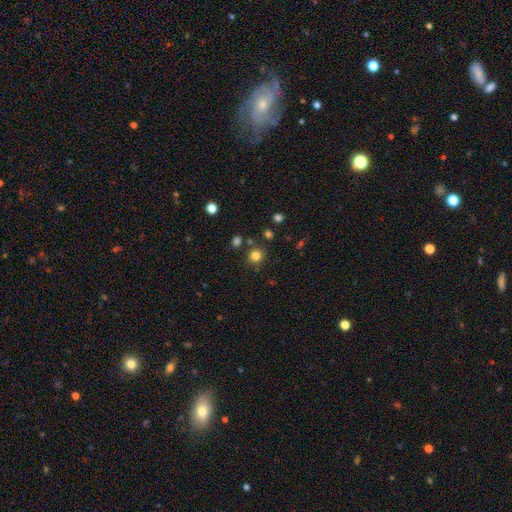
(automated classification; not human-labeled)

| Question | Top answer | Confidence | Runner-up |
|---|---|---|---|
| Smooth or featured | smooth | 80% | star or artifact (15%) |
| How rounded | round | 89% | in between (10%) |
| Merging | none | 83% | minor disturbance (8%) |